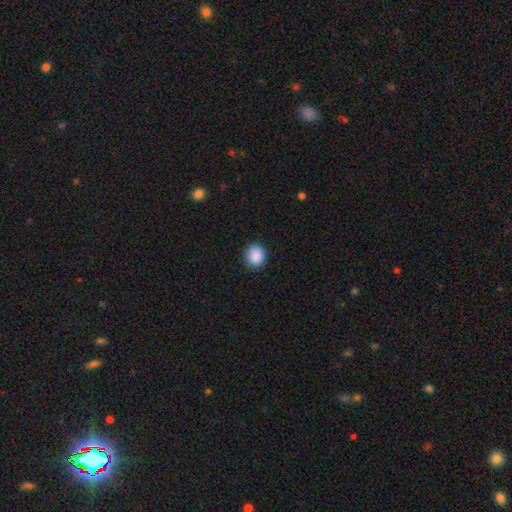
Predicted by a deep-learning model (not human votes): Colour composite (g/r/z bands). It shows a smooth galaxy with no disk features (89%) that is round (72%). Merging: none (88%).